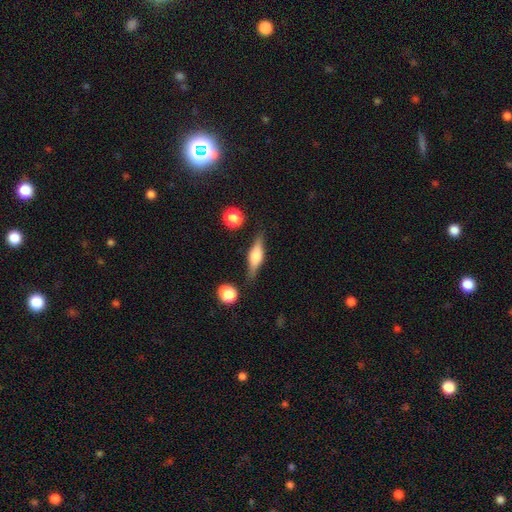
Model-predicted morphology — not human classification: Smooth or featured?
  - featured or disk: 59% *
  - smooth: 33%
  - star or artifact: 7%
Edge-on disk?
  - yes: 95% *
  - no: 5%
Edge-on bulge?
  - rounded: 84% *
  - boxy: 14%
  - none: 2%
Merging?
  - none: 80% *
  - minor disturbance: 12%
  - merger: 4%
  - major disturbance: 4%